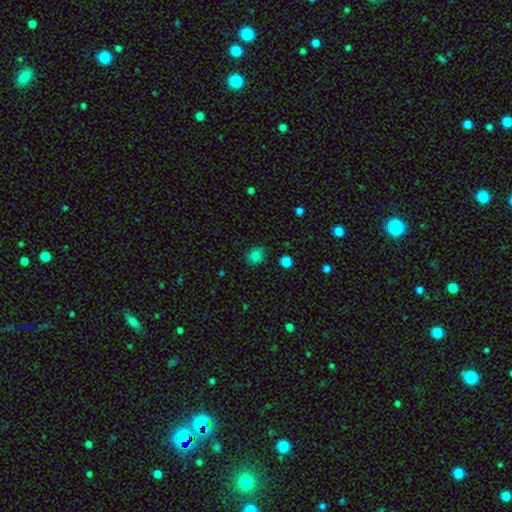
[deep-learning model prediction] smooth 84%, star or artifact 13%, featured or disk 4%. Down the decision tree: how rounded — round (60%); merging — none (83%).